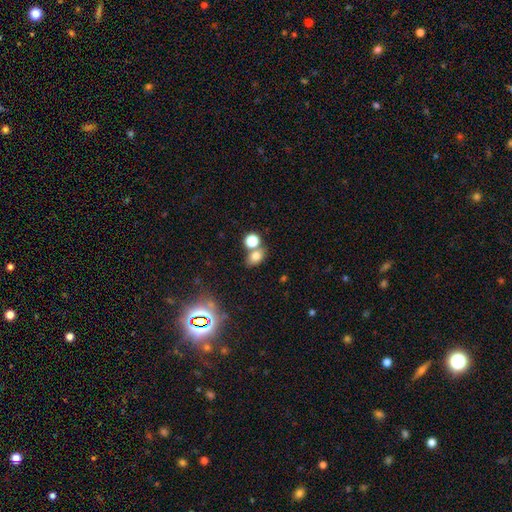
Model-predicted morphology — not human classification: Smooth or featured: smooth — 76% (star or artifact — 14%)
How rounded: in between — 66% (round — 32%)
Merging: none — 53% (merger — 32%)